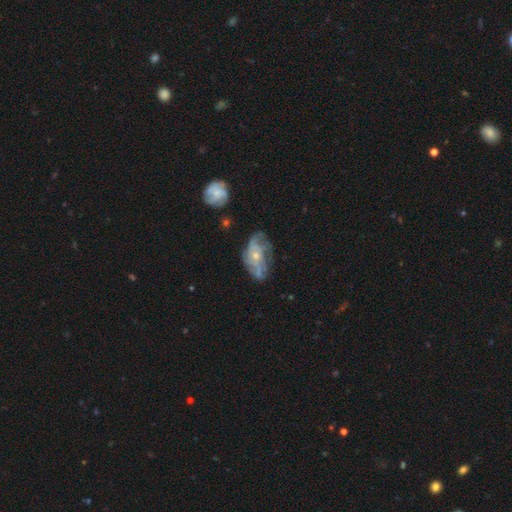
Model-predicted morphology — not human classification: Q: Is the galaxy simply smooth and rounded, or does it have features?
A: featured or disk — 73%.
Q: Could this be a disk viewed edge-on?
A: no — 95%.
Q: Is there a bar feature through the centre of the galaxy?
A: no — 79%.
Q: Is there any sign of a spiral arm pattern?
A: yes — 78%.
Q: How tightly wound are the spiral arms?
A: tight — 40%.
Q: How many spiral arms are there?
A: can't tell — 48%.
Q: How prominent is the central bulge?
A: small — 64%.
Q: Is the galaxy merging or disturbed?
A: none — 55%.